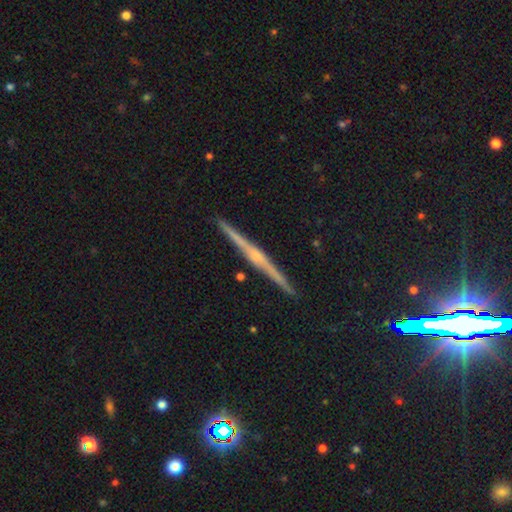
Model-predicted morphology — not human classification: Smooth or featured?
  - featured or disk: 79% *
  - smooth: 12%
  - star or artifact: 9%
Edge-on disk?
  - yes: 98% *
  - no: 2%
Edge-on bulge?
  - rounded: 66% *
  - none: 23%
  - boxy: 12%
Merging?
  - none: 92% *
  - minor disturbance: 5%
  - major disturbance: 1%
  - merger: 1%